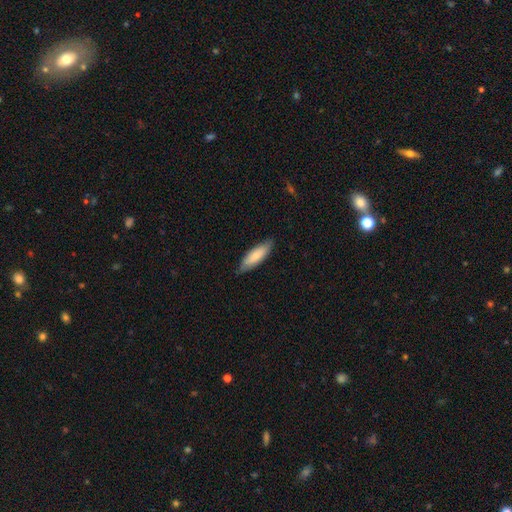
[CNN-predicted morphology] smooth_or_featured: smooth (p=0.76) [alt: featured or disk p=0.19]
how_rounded: in between (p=0.51) [alt: cigar-shaped p=0.48]
merging: none (p=0.82) [alt: minor disturbance p=0.15]